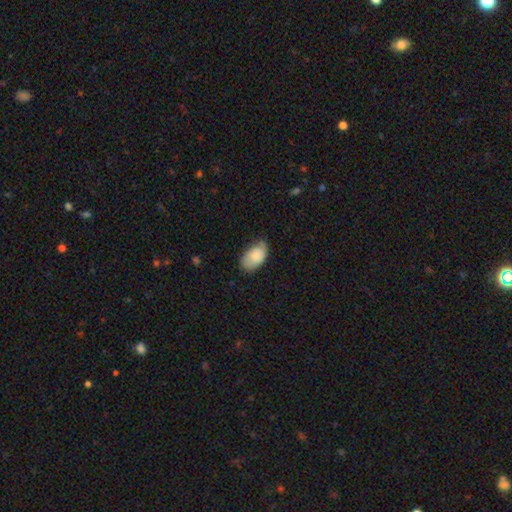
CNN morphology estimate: Overall: smooth (81%). How rounded: in between (94%). Merging: none (61%; minor disturbance 32%).